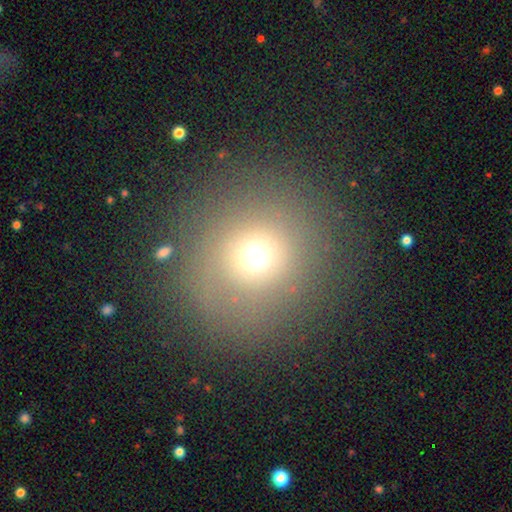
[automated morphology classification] Smooth or featured?
  - smooth: 64% *
  - star or artifact: 22%
  - featured or disk: 14%
How rounded?
  - round: 92% *
  - in between: 7%
  - cigar-shaped: 1%
Merging?
  - none: 82% *
  - minor disturbance: 10%
  - major disturbance: 7%
  - merger: 2%